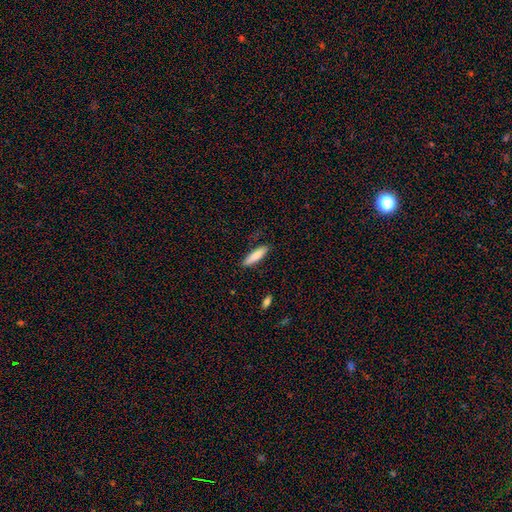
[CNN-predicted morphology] Q: Smooth or featured?
A: smooth (84%); runner-up: featured or disk (11%)
Q: How rounded?
A: cigar-shaped (72%); runner-up: in between (26%)
Q: Merging?
A: none (85%); runner-up: minor disturbance (11%)